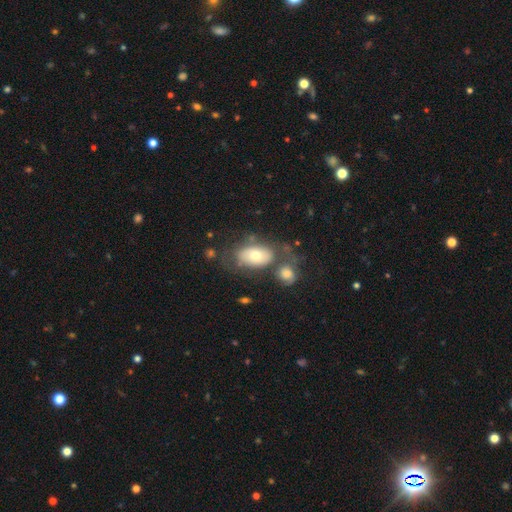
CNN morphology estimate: Smooth or featured: smooth — 63% (featured or disk — 30%)
How rounded: in between — 88% (round — 10%)
Merging: none — 46% (merger — 24%)